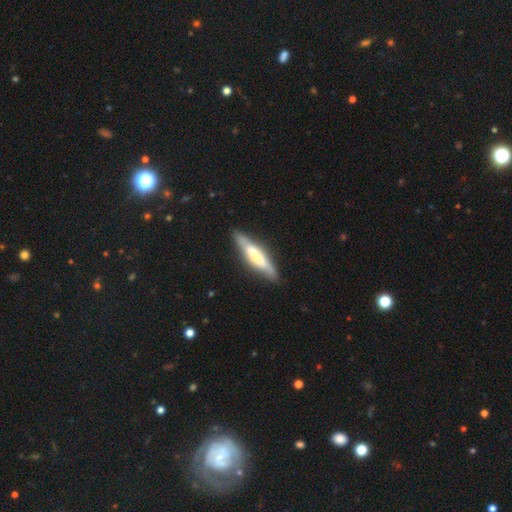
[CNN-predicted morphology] This is possibly a featured or disk galaxy (50%). Merging: clearly none (83%).